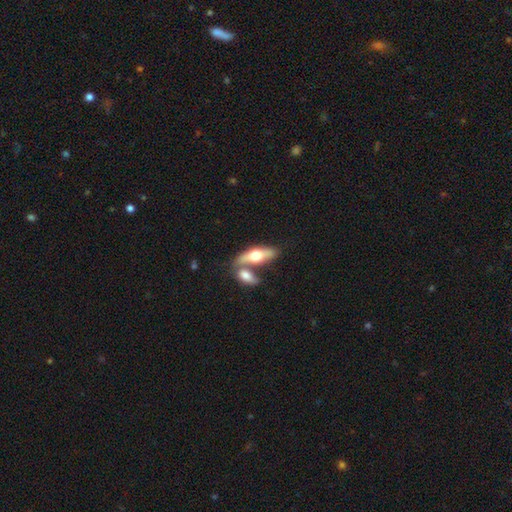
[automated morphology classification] smooth-or-featured: smooth: 51% | featured or disk: 44% | star or artifact: 5%
  how-rounded: in between: 61% | cigar-shaped: 35% | round: 4%
  merging: merger: 50% | none: 36% | minor disturbance: 9% | major disturbance: 4%